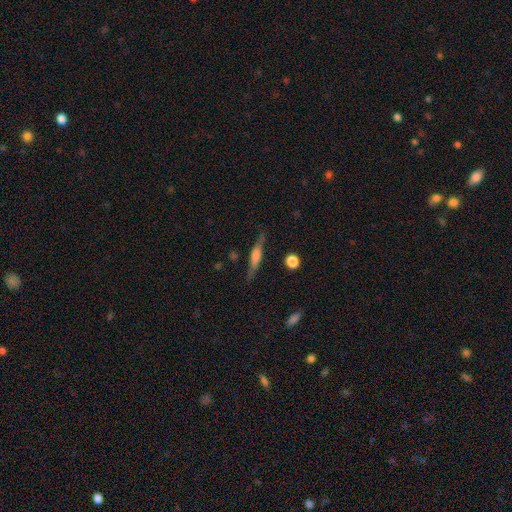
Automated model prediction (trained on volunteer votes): smooth-or-featured: featured or disk: 59% | smooth: 33% | star or artifact: 8%
  disk-edge-on: yes: 95% | no: 5%
    edge-on-bulge: rounded: 50% | boxy: 37% | none: 12%
  merging: none: 81% | minor disturbance: 13% | major disturbance: 4% | merger: 2%